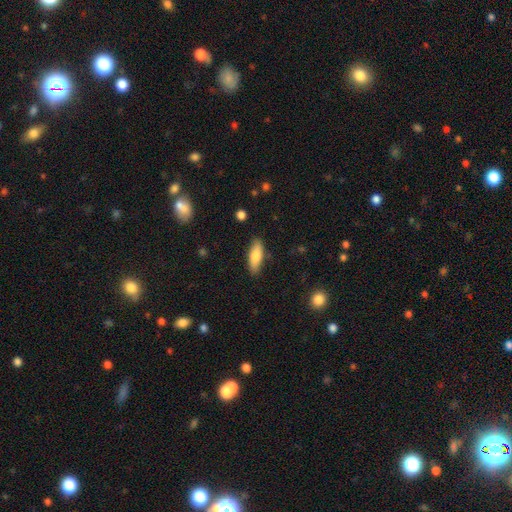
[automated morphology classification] Smooth or featured? Predicted: smooth (p=0.78). How rounded? Predicted: in between (p=0.64). Merging? Predicted: none (p=0.85).